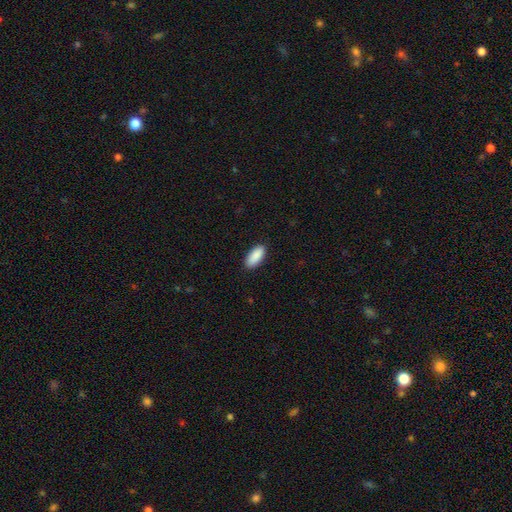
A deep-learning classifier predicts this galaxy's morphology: A smooth galaxy with no disk features (91%) that is in between round and cigar-shaped (88%). Merging: none (89%).